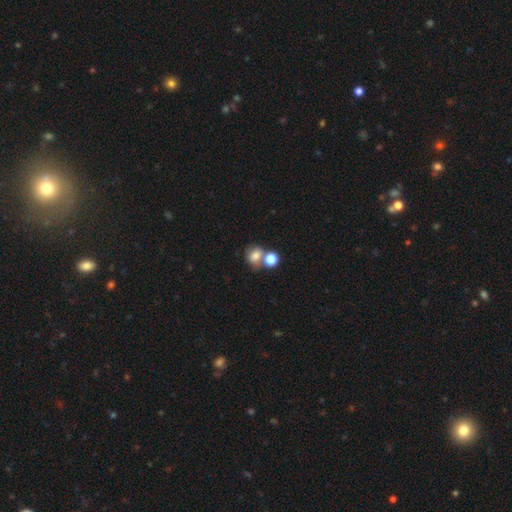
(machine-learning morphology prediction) A smooth galaxy with no disk features (75%) that is round (69%).

Vote fractions:
- Smooth or featured? smooth: 75% / featured or disk: 13% / star or artifact: 12%
- How rounded? round: 69% / in between: 30% / cigar-shaped: 1%
- Merging? none: 43% / merger: 42% / minor disturbance: 10% / major disturbance: 5%